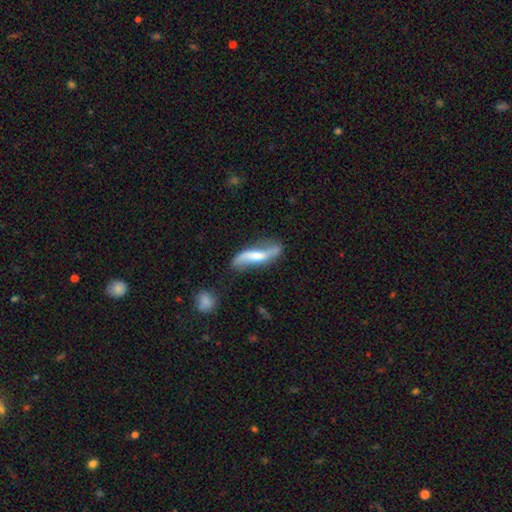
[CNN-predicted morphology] Smooth or featured: featured or disk — 68% (smooth — 26%)
Edge-on disk: no — 73% (yes — 27%)
Merging: none — 63% (minor disturbance — 23%)